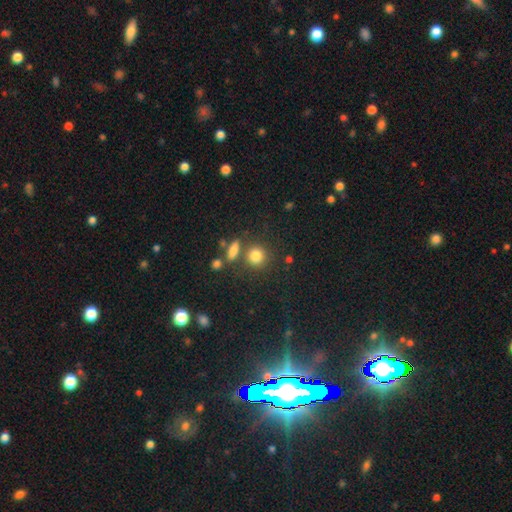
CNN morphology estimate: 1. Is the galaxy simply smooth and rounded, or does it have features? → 81% smooth, 12% star or artifact, 7% featured or disk.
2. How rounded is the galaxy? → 81% round, 16% in between, 2% cigar-shaped.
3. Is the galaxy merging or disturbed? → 70% none, 15% merger, 10% minor disturbance, 4% major disturbance.